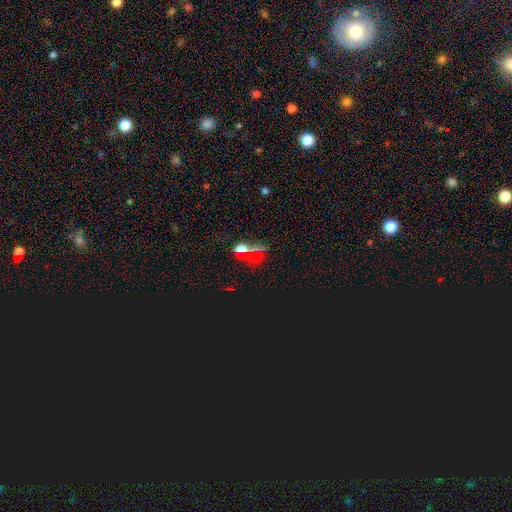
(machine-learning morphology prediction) This is likely a star or artifact rather than a galaxy (63%).